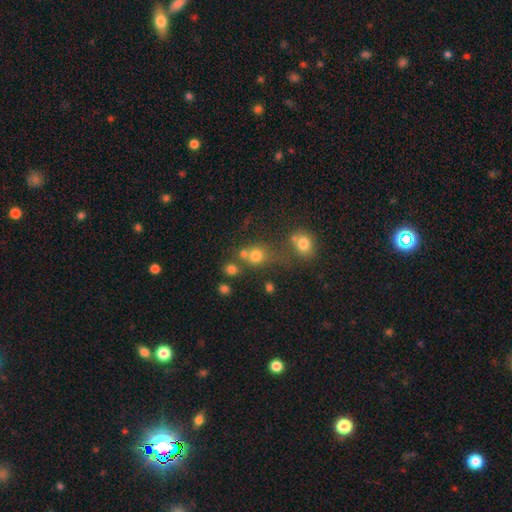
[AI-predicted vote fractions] A smooth galaxy with no disk features (73%) that is round (83%). Merging: none (53%).